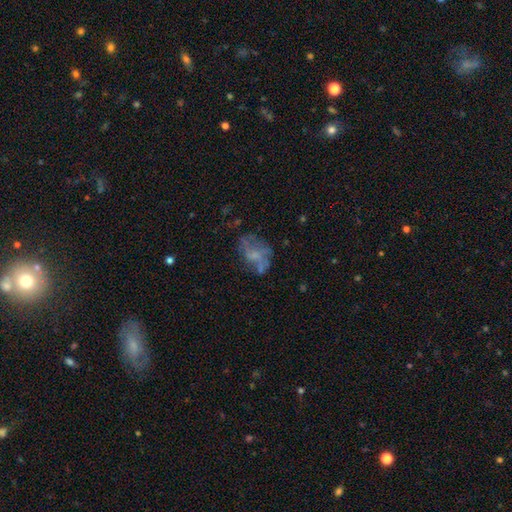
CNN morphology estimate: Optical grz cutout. It shows a featured or disk galaxy (55%) with no bar (79%), no spiral arms (68%) and no central bulge (49%). Merging: none (46%).